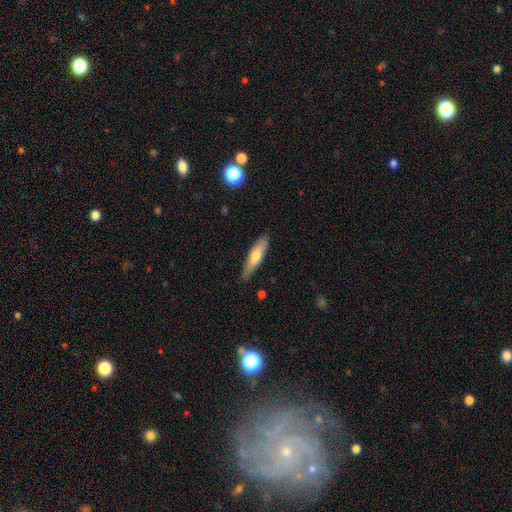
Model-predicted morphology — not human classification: Q: Smooth or featured?
A: smooth (63%); runner-up: featured or disk (31%)
Q: How rounded?
A: cigar-shaped (73%); runner-up: in between (25%)
Q: Merging?
A: none (85%); runner-up: minor disturbance (12%)